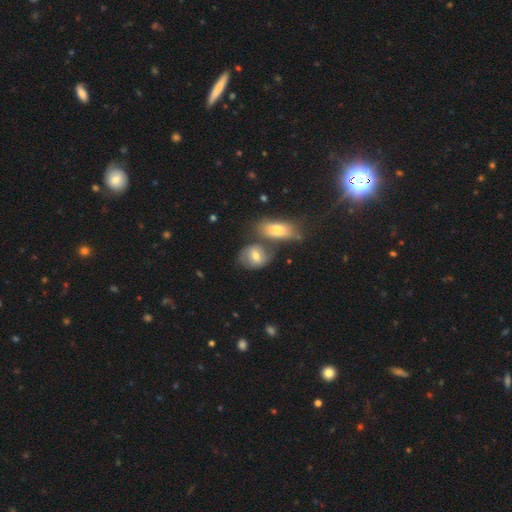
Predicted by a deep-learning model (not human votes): Smooth or featured?
  - smooth: 62% *
  - featured or disk: 30%
  - star or artifact: 8%
How rounded?
  - in between: 53% *
  - round: 44%
  - cigar-shaped: 3%
Merging?
  - none: 48% *
  - merger: 32%
  - minor disturbance: 14%
  - major disturbance: 5%